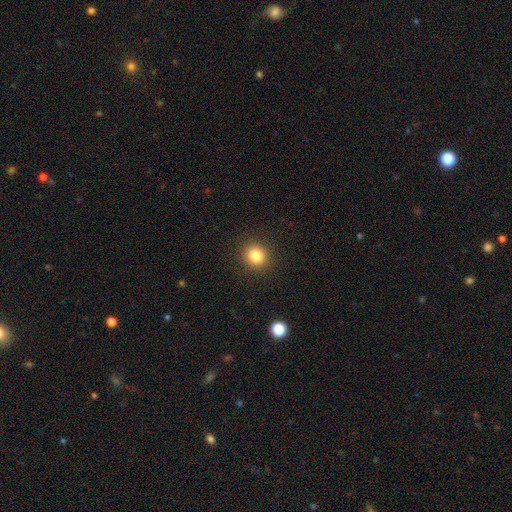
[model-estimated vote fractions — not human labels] Smooth or featured? Predicted: smooth (p=0.83). How rounded? Predicted: round (p=0.86). Merging? Predicted: none (p=0.91).